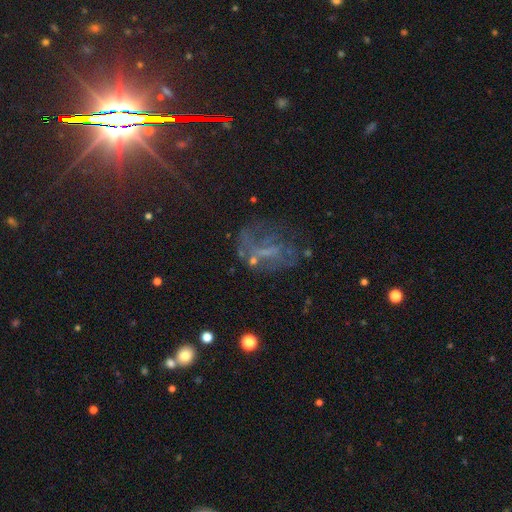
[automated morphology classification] smooth_or_featured: featured or disk (p=0.56) [alt: smooth p=0.23]
disk_edge_on: no (p=0.96) [alt: yes p=0.04]
bar: no (p=0.57) [alt: weak p=0.31]
has_spiral_arms: no (p=0.63) [alt: yes p=0.37]
bulge_size: none (p=0.60) [alt: small p=0.23]
merging: none (p=0.40) [alt: major disturbance p=0.35]